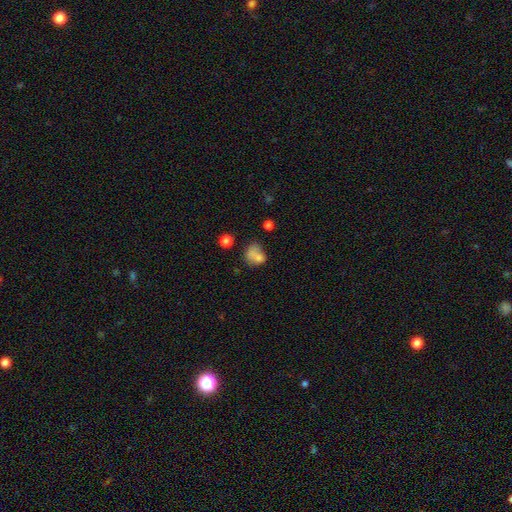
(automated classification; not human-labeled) This appears to be a smooth galaxy with no disk features (72%) that is in between round and cigar-shaped (50%). Merging: none (34%).